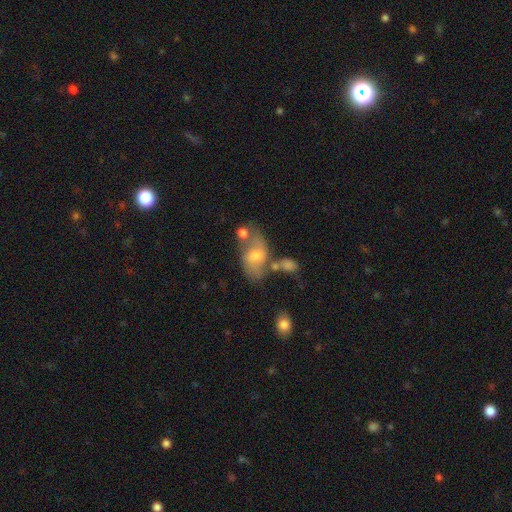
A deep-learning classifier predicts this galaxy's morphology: This appears to be a featured or disk galaxy (49%). Merging: none (47%).